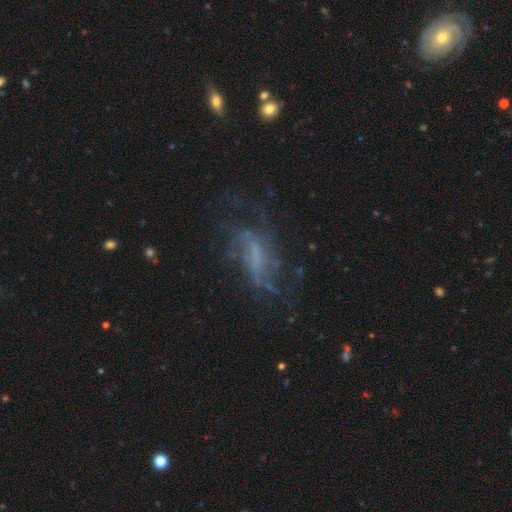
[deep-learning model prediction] This appears to be a featured or disk galaxy (67%) with no bar (40%), spiral arms (73%) and no central bulge (58%). Merging: none (48%).